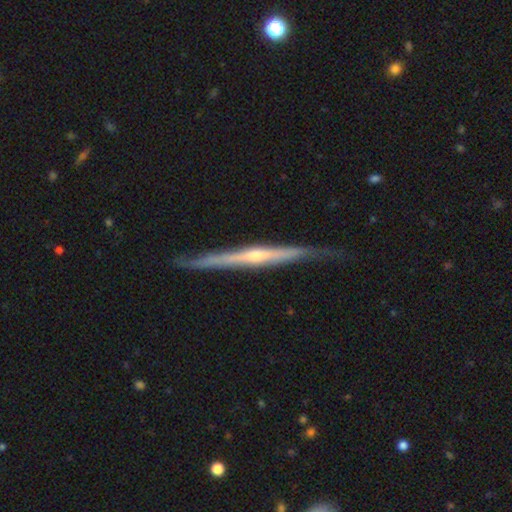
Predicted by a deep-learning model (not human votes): Smooth or featured?
  - featured or disk: 79% *
  - smooth: 16%
  - star or artifact: 5%
Edge-on disk?
  - yes: 97% *
  - no: 3%
Edge-on bulge?
  - rounded: 64% *
  - none: 30%
  - boxy: 6%
Merging?
  - none: 80% *
  - minor disturbance: 16%
  - major disturbance: 2%
  - merger: 1%